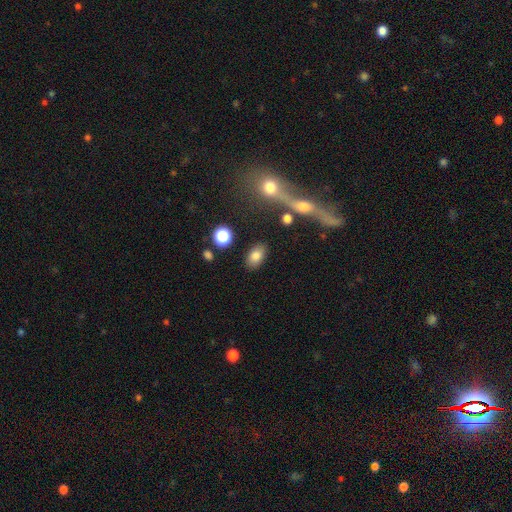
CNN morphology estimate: smooth-or-featured: smooth: 80% | featured or disk: 10% | star or artifact: 9%
  how-rounded: in between: 89% | round: 9% | cigar-shaped: 2%
  merging: none: 84% | minor disturbance: 9% | merger: 3% | major disturbance: 3%